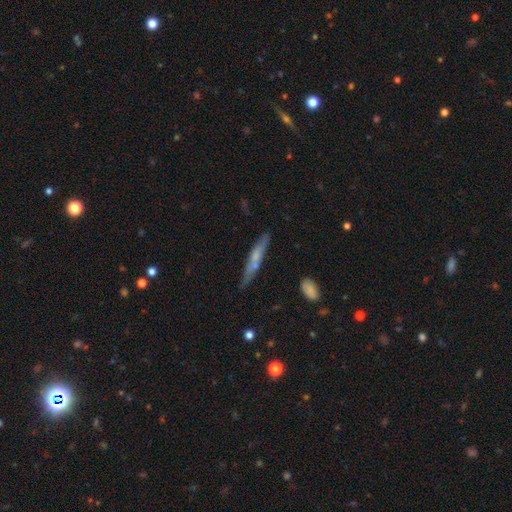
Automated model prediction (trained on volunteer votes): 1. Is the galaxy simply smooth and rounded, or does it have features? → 49% featured or disk, 44% smooth, 7% star or artifact.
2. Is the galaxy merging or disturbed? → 78% none, 15% minor disturbance, 4% merger, 3% major disturbance.